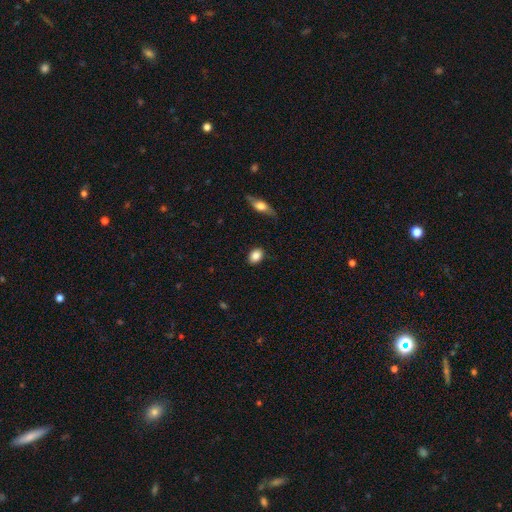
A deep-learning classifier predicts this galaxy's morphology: smooth-or-featured: smooth: 86% | star or artifact: 8% | featured or disk: 6%
  how-rounded: in between: 70% | round: 28% | cigar-shaped: 2%
  merging: none: 86% | minor disturbance: 10% | major disturbance: 2% | merger: 1%